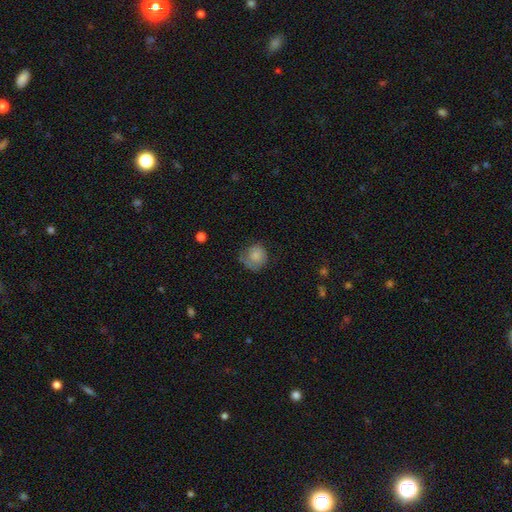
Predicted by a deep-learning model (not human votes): This is likely a smooth galaxy (71%). How rounded: clearly round (81%). Merging: possibly none (49%).